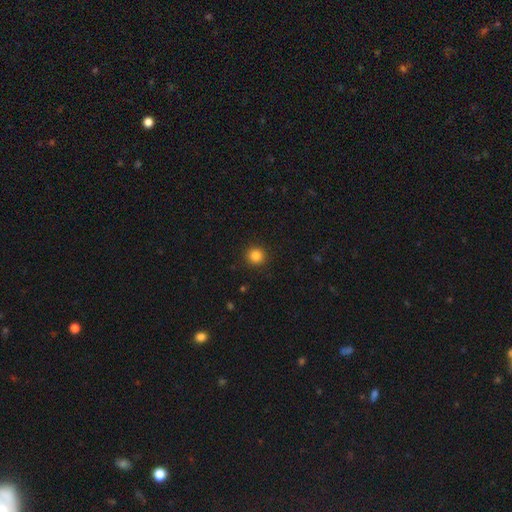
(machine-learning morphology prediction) A smooth galaxy with no disk features (84%) that is round (95%). Merging: none (92%).